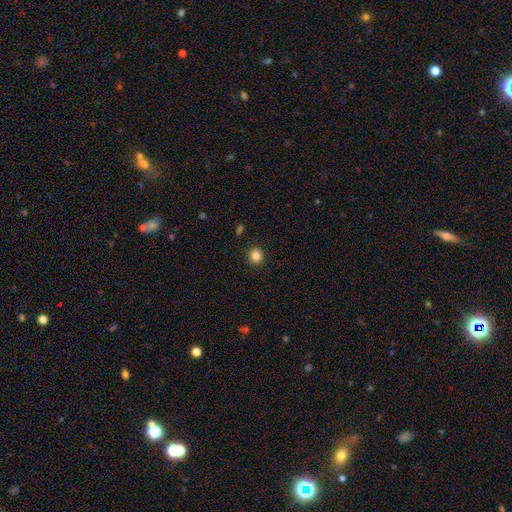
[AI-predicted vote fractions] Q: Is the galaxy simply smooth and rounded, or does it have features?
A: smooth — 85%.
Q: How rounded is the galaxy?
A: round — 88%.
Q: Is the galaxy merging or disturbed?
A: none — 92%.